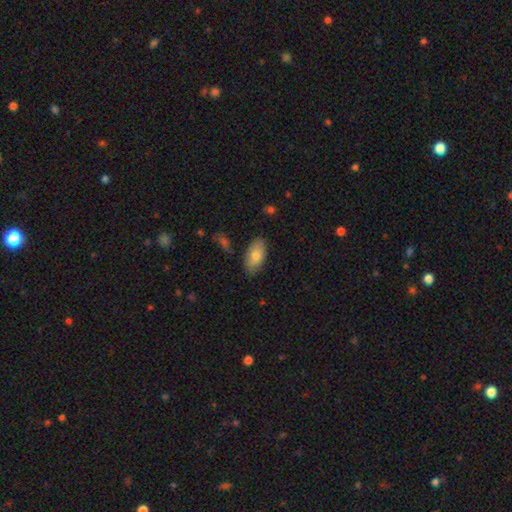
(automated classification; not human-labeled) A smooth galaxy with no disk features (78%) that is in between round and cigar-shaped (93%). Merging: none (82%).